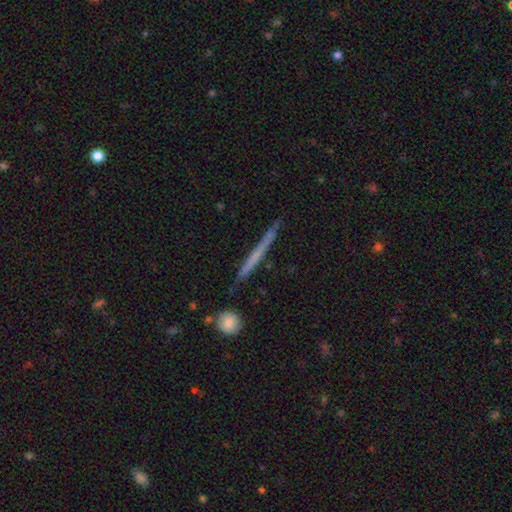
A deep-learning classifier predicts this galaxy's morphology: smooth_or_featured: featured or disk (p=0.49) [alt: smooth p=0.45]
merging: none (p=0.88) [alt: minor disturbance p=0.08]